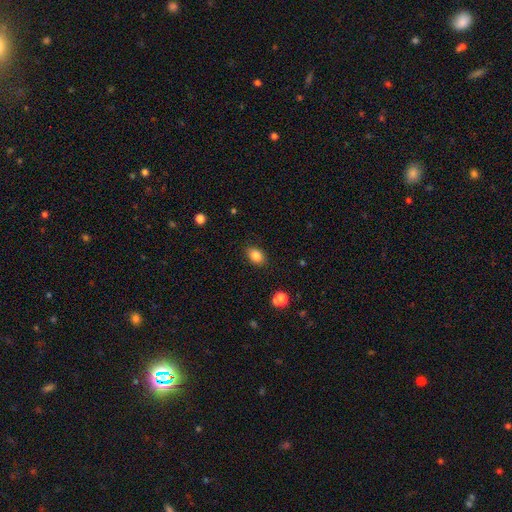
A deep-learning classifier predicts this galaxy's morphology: smooth-or-featured: smooth: 85% | star or artifact: 10% | featured or disk: 6%
  how-rounded: in between: 79% | round: 20% | cigar-shaped: 1%
  merging: none: 87% | minor disturbance: 10% | major disturbance: 3% | merger: 1%